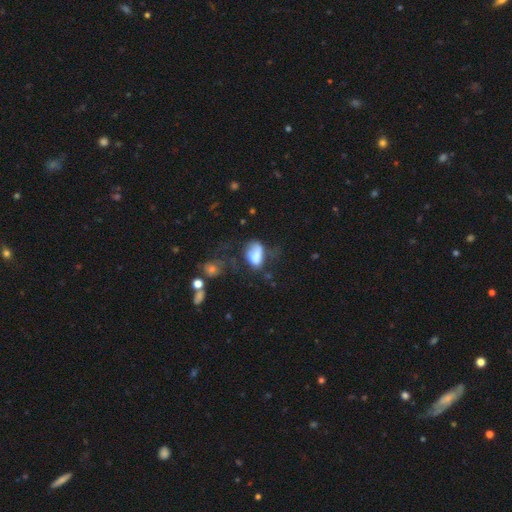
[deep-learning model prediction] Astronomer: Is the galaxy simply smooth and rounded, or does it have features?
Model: smooth — 69%.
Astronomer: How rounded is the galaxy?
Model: in between — 85%.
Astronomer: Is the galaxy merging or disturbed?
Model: major disturbance — 37% (runner-up: minor disturbance, 28%).